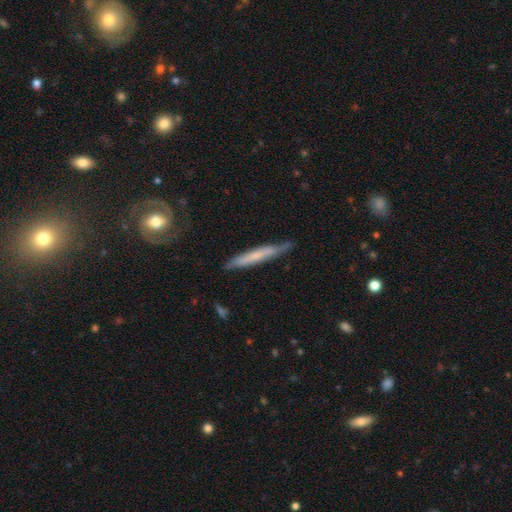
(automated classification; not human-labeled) Smooth or featured? featured or disk (48%)
Merging? none (79%)